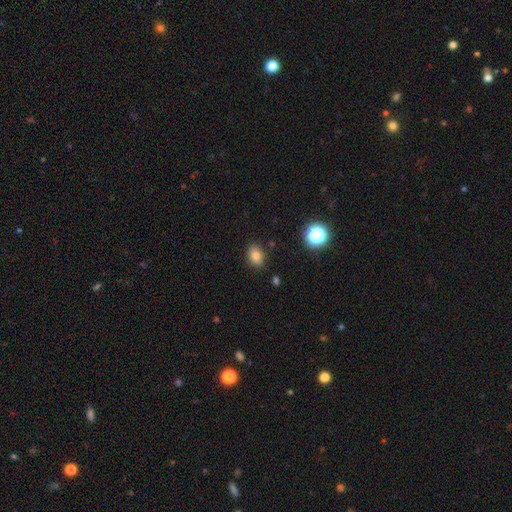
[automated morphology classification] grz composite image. It shows a smooth galaxy with no disk features (81%) that is in between round and cigar-shaped (68%). Merging: none (85%).